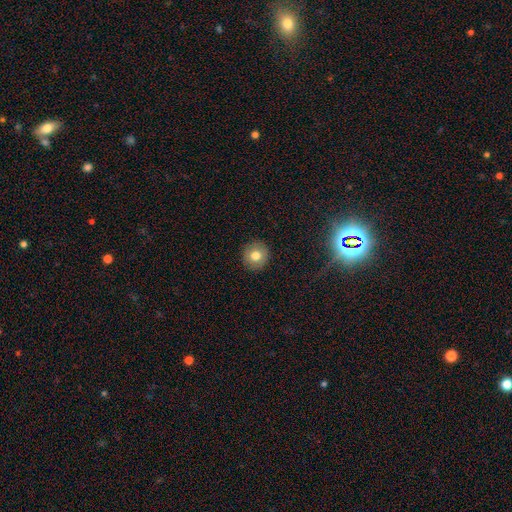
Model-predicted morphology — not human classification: Smooth or featured? Predicted: smooth (p=0.77). How rounded? Predicted: round (p=0.92). Merging? Predicted: none (p=0.91).